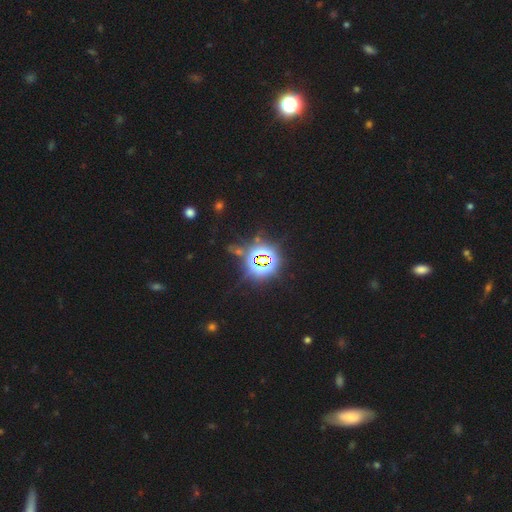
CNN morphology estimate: Overall: star or artifact (81%).